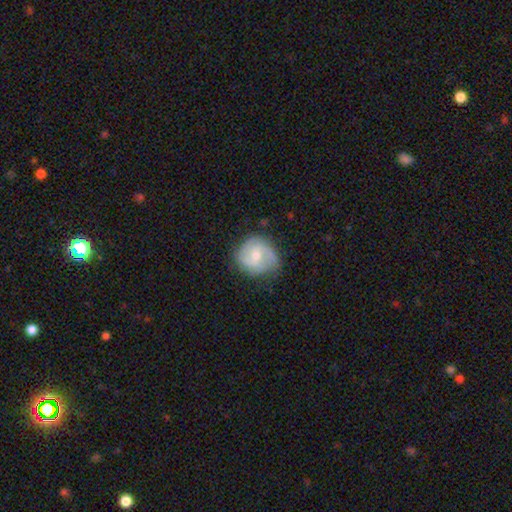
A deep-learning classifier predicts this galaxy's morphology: smooth_or_featured: featured or disk (p=0.71) [alt: smooth p=0.23]
disk_edge_on: no (p=0.98) [alt: yes p=0.02]
bar: no (p=0.53) [alt: weak p=0.41]
has_spiral_arms: yes (p=0.93) [alt: no p=0.07]
spiral_winding: medium (p=0.47) [alt: tight p=0.37]
spiral_arm_count: 2 (p=0.57) [alt: 3 p=0.20]
bulge_size: moderate (p=0.49) [alt: small p=0.46]
merging: none (p=0.72) [alt: minor disturbance p=0.20]